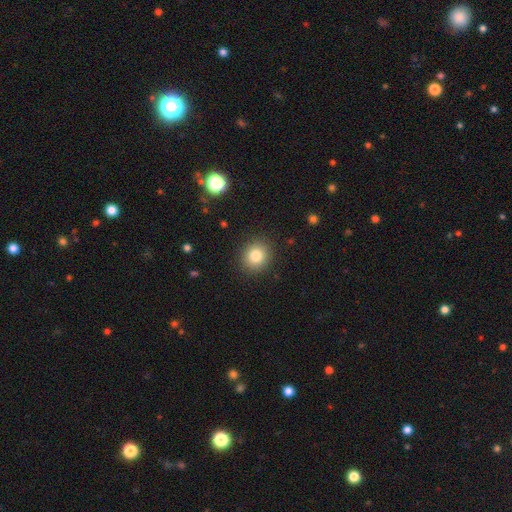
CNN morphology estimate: type=smooth (83%); roundness=round (82%); merging=none (90%).